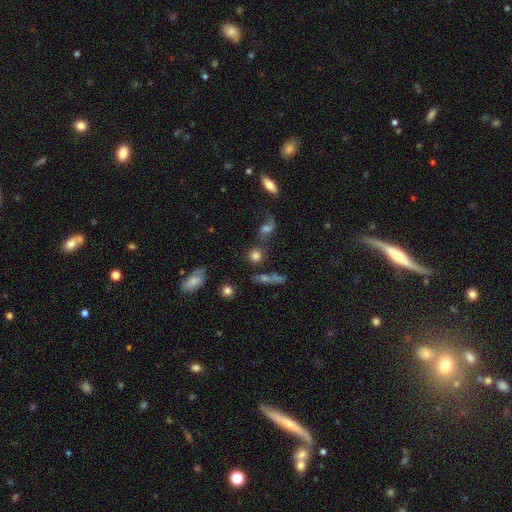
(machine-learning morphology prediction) This appears to be a smooth galaxy with no disk features (70%) that is round (79%). Merging: none (55%).